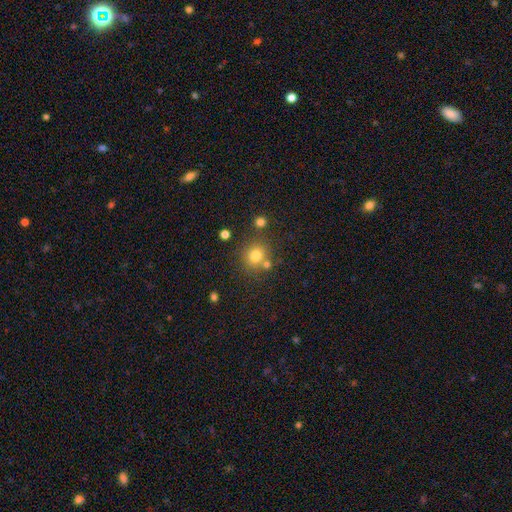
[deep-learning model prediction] A smooth galaxy with no disk features (78%) that is round (86%). Merging: none (72%).